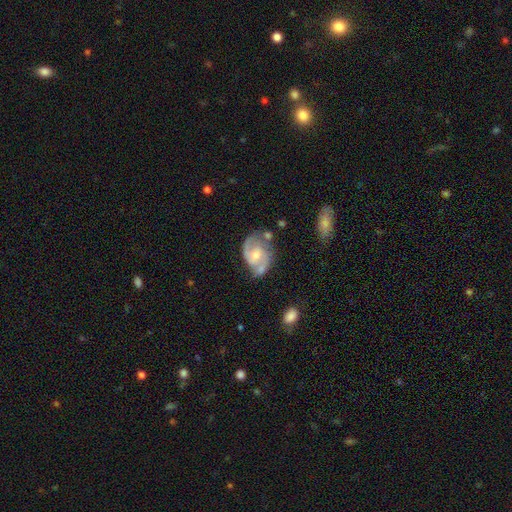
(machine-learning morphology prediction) Smooth or featured: featured or disk — 80% (smooth — 14%)
Edge-on disk: no — 97% (yes — 3%)
Bar: weak — 48% (no — 42%)
Spiral arms: yes — 93% (no — 7%)
Spiral winding: medium — 54% (tight — 24%)
Spiral arm count: 2 — 82% (can't tell — 8%)
Bulge size: moderate — 50% (small — 42%)
Merging: none — 53% (minor disturbance — 25%)